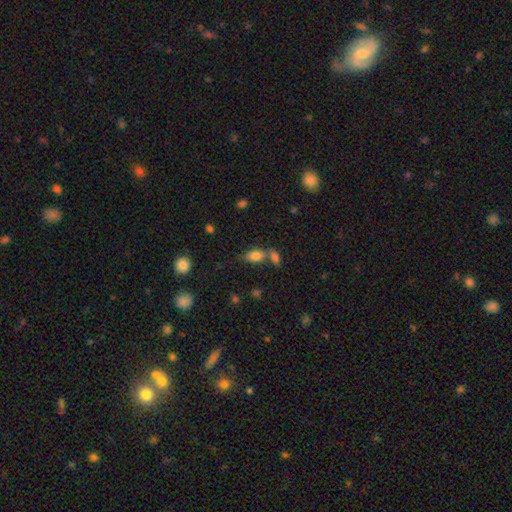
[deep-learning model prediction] smooth_or_featured: smooth (p=0.77) [alt: featured or disk p=0.12]
how_rounded: in between (p=0.85) [alt: cigar-shaped p=0.09]
merging: none (p=0.49) [alt: merger p=0.34]